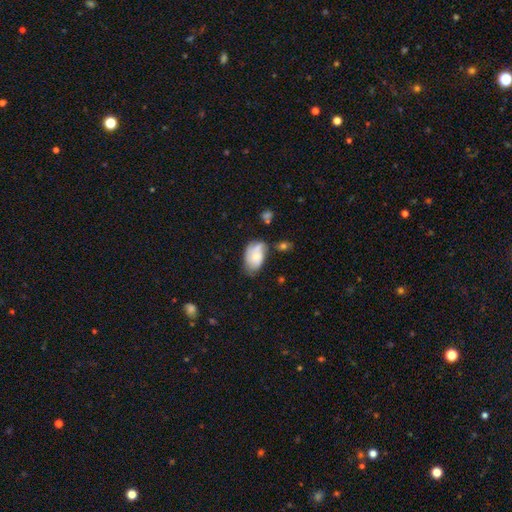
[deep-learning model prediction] Morphology: type=smooth (61%); roundness=in between (89%); merging=none (43%).